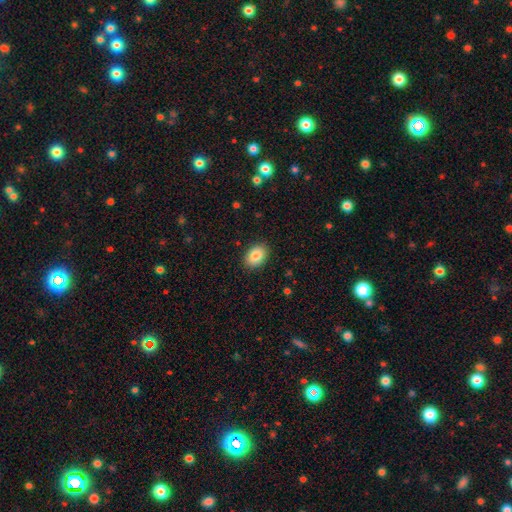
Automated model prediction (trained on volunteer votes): smooth 86%, star or artifact 7%, featured or disk 6%. Down the decision tree: how rounded — in between (82%); merging — none (89%).